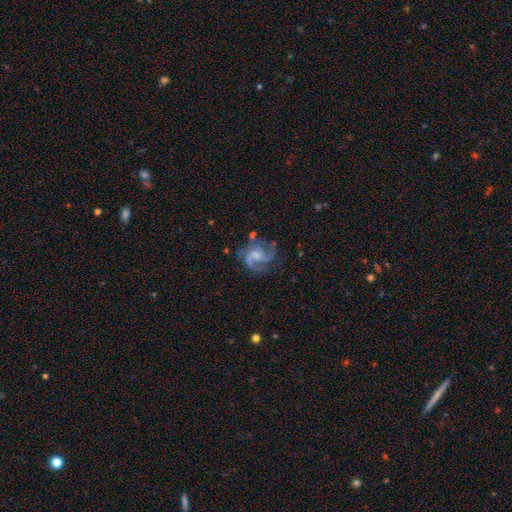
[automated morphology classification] Smooth or featured? featured or disk (86%)
Edge-on disk? no (98%)
Bar? no (49%)
Spiral arms? yes (97%)
Spiral winding? medium (55%)
Spiral arm count? 3 (39%)
Bulge size? small (44%)
Merging? none (60%)